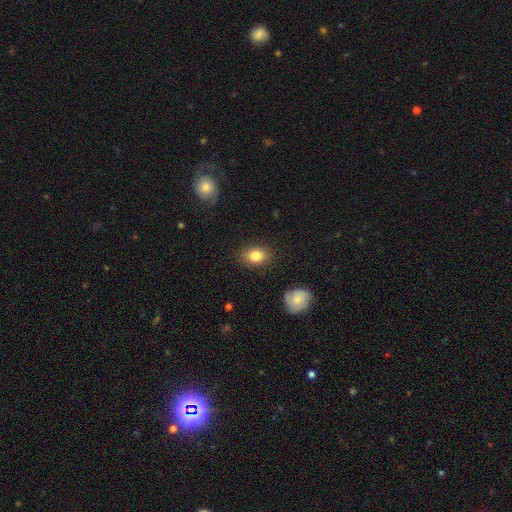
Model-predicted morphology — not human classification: Overall: smooth (83%). How rounded: in between (64%; round 35%). Merging: none (85%).